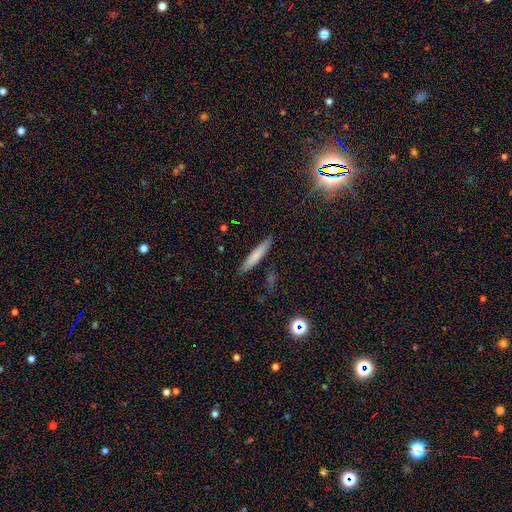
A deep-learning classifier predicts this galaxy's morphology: Overall: smooth (74%). How rounded: cigar-shaped (90%). Merging: none (88%).